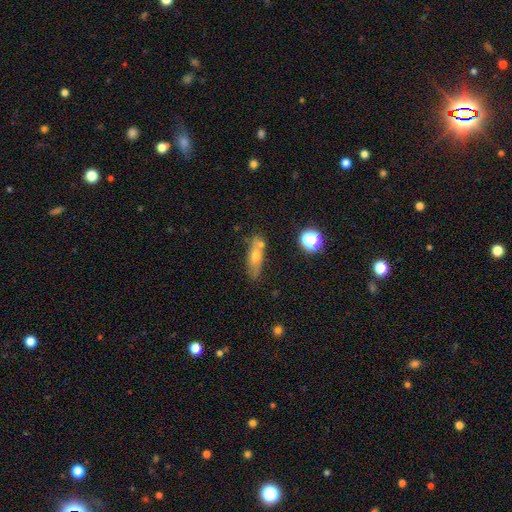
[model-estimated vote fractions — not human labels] This is possibly a smooth galaxy (52%). How rounded: possibly in between (53%). Merging: likely none (62%).